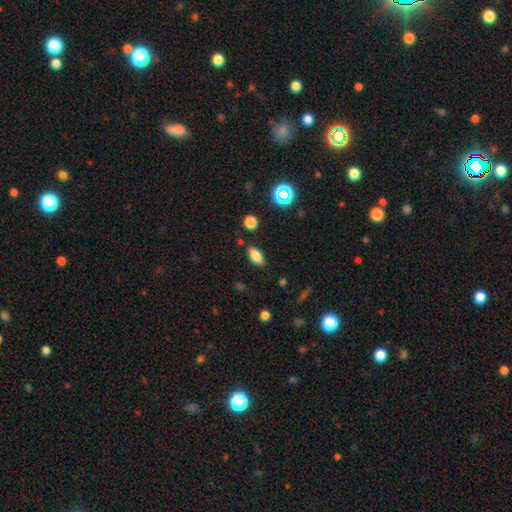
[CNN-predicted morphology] Overall: smooth (80%). How rounded: in between (86%). Merging: none (84%).